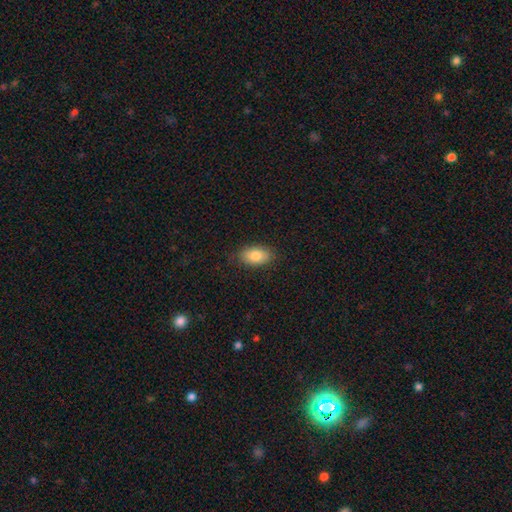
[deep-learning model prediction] A smooth galaxy with no disk features (82%) that is in between round and cigar-shaped (91%).

Vote fractions:
- Smooth or featured? smooth: 82% / featured or disk: 10% / star or artifact: 7%
- How rounded? in between: 91% / round: 7% / cigar-shaped: 2%
- Merging? none: 85% / minor disturbance: 12% / major disturbance: 3% / merger: 1%